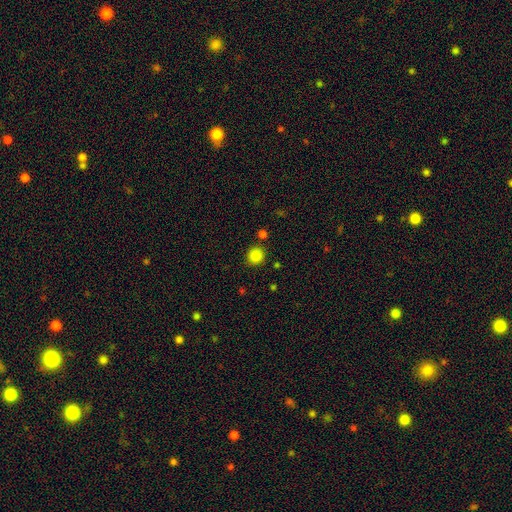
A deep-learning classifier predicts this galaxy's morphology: Smooth or featured? smooth (85%)
How rounded? round (90%)
Merging? none (84%)